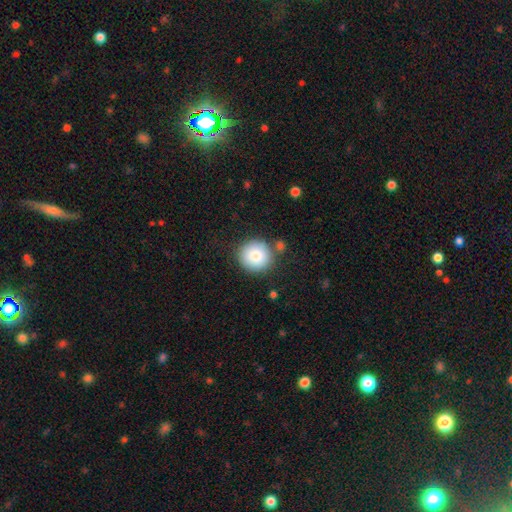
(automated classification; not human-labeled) Smooth or featured? smooth (82%)
How rounded? round (93%)
Merging? none (80%)